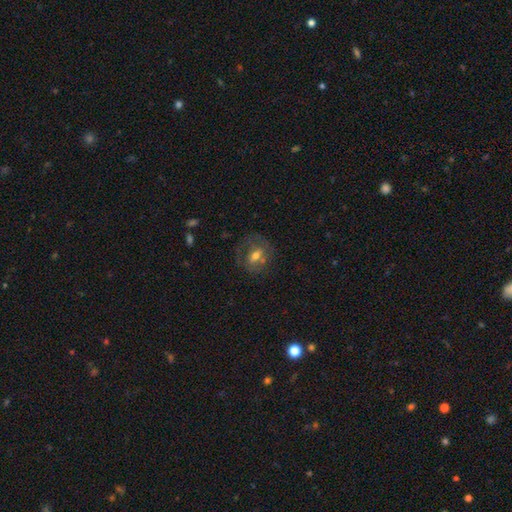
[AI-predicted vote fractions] Morphology: type=smooth (46%); merging=none (60%).